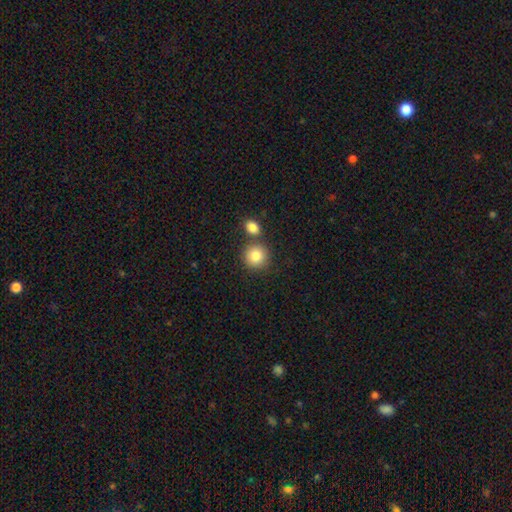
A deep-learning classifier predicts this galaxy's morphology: type=smooth (84%); roundness=round (89%); merging=none (69%).